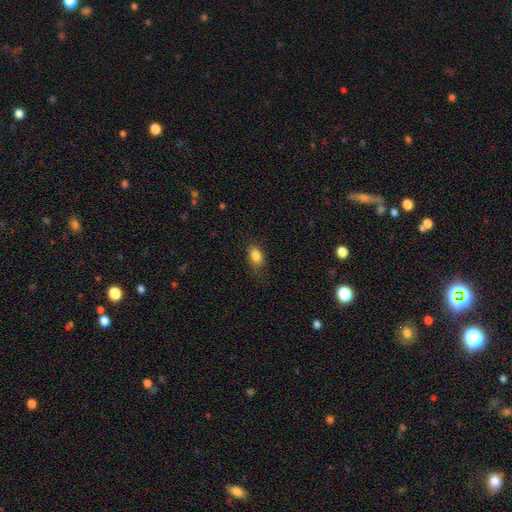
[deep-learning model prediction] Q: Smooth or featured?
A: smooth (85%); runner-up: star or artifact (9%)
Q: How rounded?
A: in between (86%); runner-up: round (11%)
Q: Merging?
A: none (75%); runner-up: minor disturbance (18%)